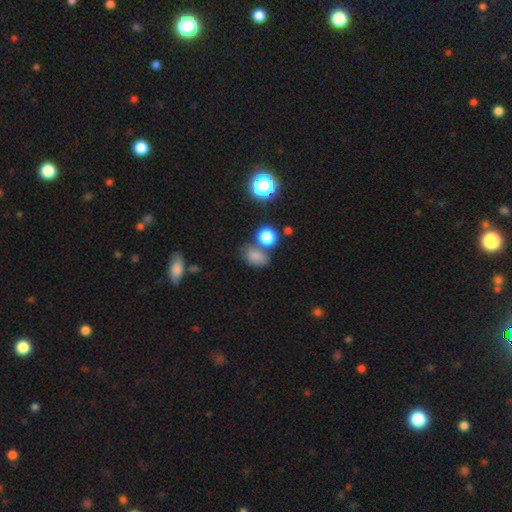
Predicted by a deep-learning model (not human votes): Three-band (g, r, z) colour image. It shows a smooth galaxy with no disk features (76%) that is in between round and cigar-shaped (65%). Merging: none (55%).